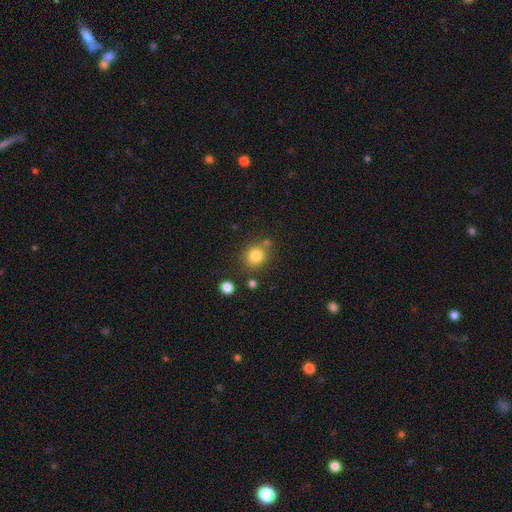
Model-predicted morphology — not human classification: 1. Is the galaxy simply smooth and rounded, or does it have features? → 81% smooth, 11% star or artifact, 7% featured or disk.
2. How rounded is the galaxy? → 82% round, 17% in between, 1% cigar-shaped.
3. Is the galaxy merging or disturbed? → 74% none, 12% minor disturbance, 11% merger, 4% major disturbance.